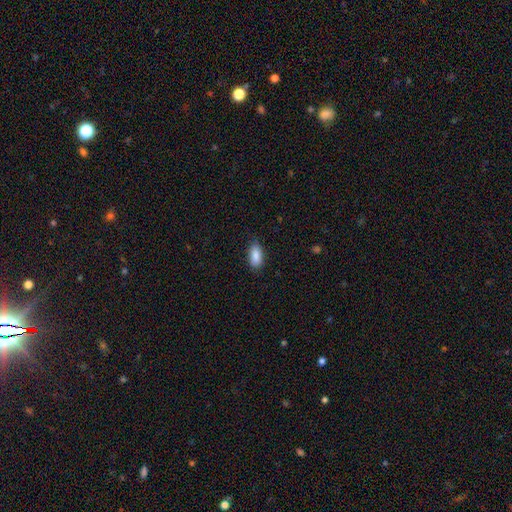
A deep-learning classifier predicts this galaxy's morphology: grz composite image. It shows a smooth galaxy with no disk features (88%) that is in between round and cigar-shaped (88%). Merging: none (83%).